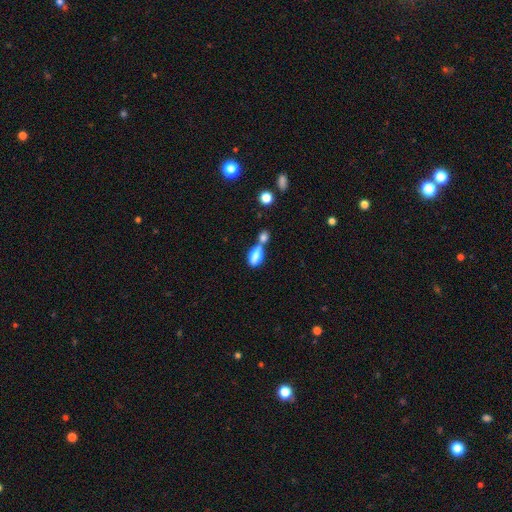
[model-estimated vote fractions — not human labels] Smooth or featured? smooth (79%)
How rounded? in between (85%)
Merging? merger (53%)